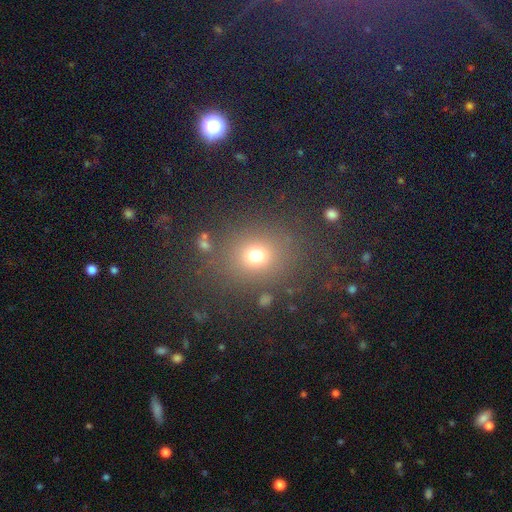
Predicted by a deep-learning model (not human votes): Smooth or featured? smooth (71%)
How rounded? round (71%)
Merging? none (79%)